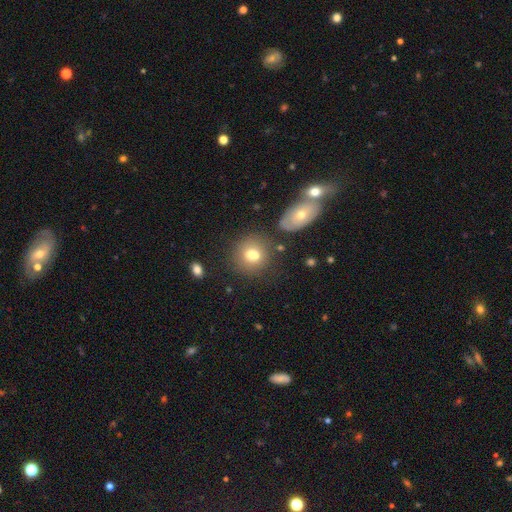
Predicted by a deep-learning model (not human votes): This appears to be a smooth galaxy with no disk features (75%) that is round (80%). Merging: none (70%).